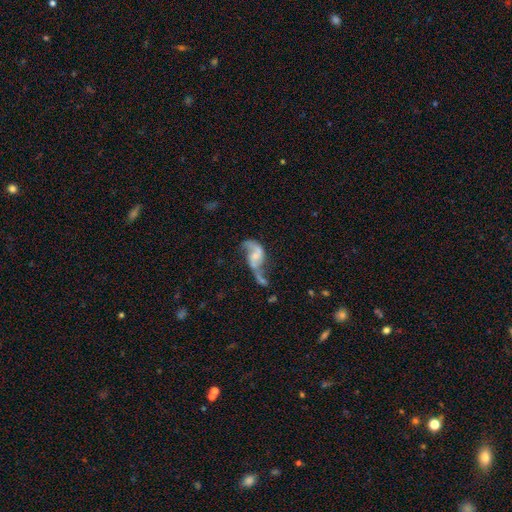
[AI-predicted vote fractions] Morphology: type=featured or disk (77%); edge-on=no (97%); bar=no (46%); spiral arms=yes (85%); winding=loose (78%); arm count=2 (83%); bulge=small (38%); merging=major disturbance (32%).